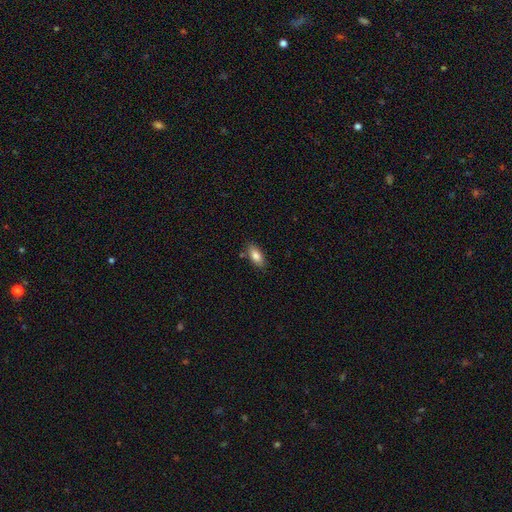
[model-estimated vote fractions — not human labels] This appears to be a smooth galaxy with no disk features (82%) that is in between round and cigar-shaped (85%). Merging: none (82%).